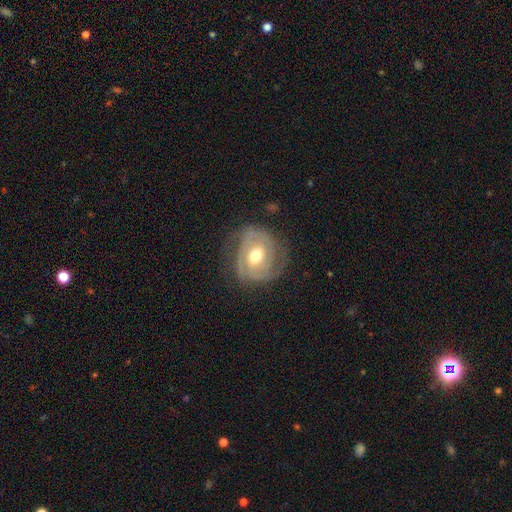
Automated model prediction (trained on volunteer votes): Smooth or featured?
  - featured or disk: 81% *
  - smooth: 14%
  - star or artifact: 5%
Edge-on disk?
  - no: 97% *
  - yes: 3%
Bar?
  - no: 51% *
  - weak: 37%
  - strong: 12%
Spiral arms?
  - yes: 89% *
  - no: 11%
Spiral winding?
  - tight: 64% *
  - medium: 28%
  - loose: 9%
Spiral arm count?
  - 2: 52% *
  - can't tell: 21%
  - 3: 14%
  - 1: 7%
  - 4: 3%
  - more than 4: 3%
Bulge size?
  - moderate: 77% *
  - small: 12%
  - large: 9%
  - dominant: 1%
  - none: 1%
Merging?
  - none: 69% *
  - minor disturbance: 21%
  - major disturbance: 9%
  - merger: 1%